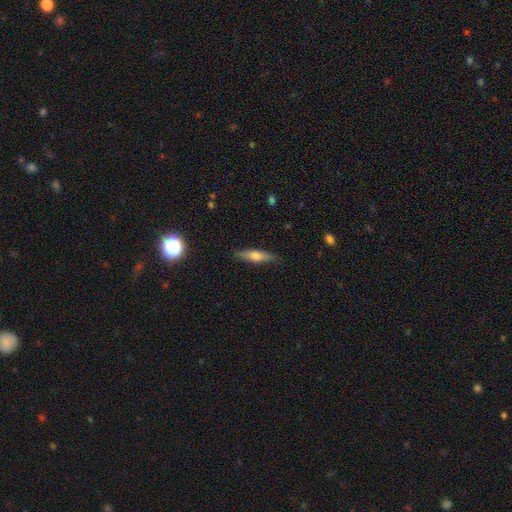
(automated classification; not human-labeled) A smooth galaxy with no disk features (52%) that is cigar-shaped (73%). Merging: none (86%).